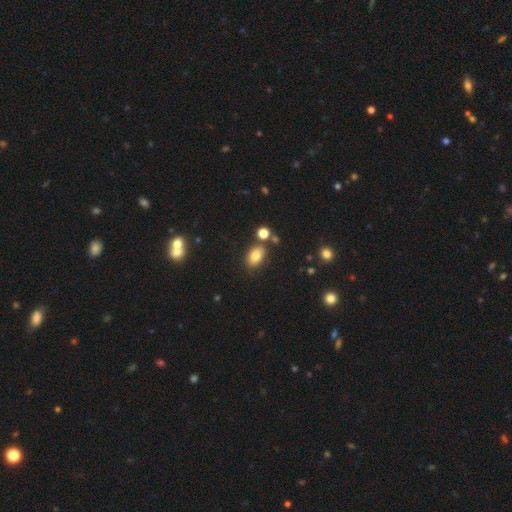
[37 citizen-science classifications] This is clearly a smooth galaxy (86%). How rounded: clearly in between (84%). Merging: likely none (62%).